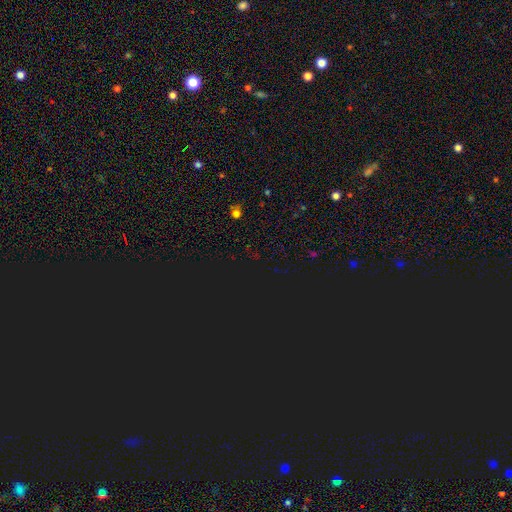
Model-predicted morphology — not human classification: Smooth or featured: star or artifact — 76% (smooth — 18%)